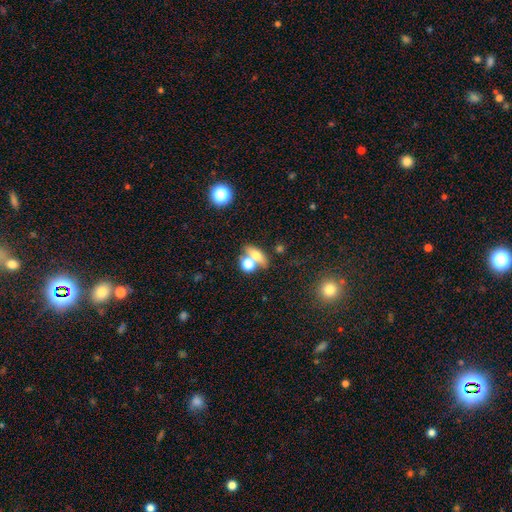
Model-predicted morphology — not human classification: smooth 66%, featured or disk 22%, star or artifact 12%. Down the decision tree: how rounded — in between (62%); merging — none (46%).